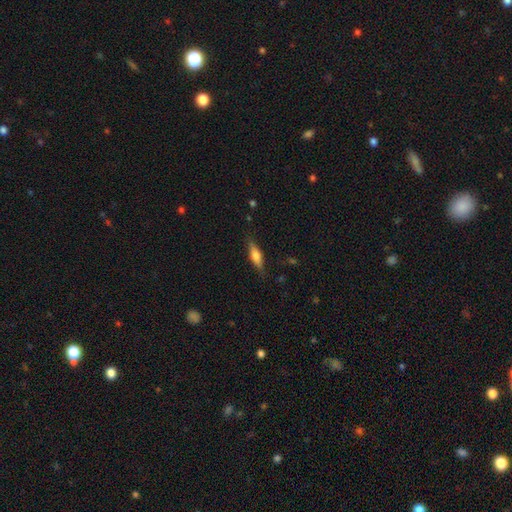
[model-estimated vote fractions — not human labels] This is possibly a smooth galaxy (55%). How rounded: possibly cigar-shaped (50%). Merging: clearly none (81%).